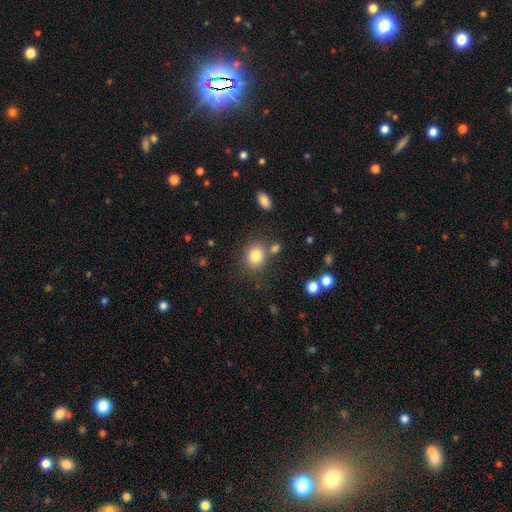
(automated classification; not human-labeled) This appears to be a smooth galaxy with no disk features (83%) that is round (61%). Merging: none (72%).